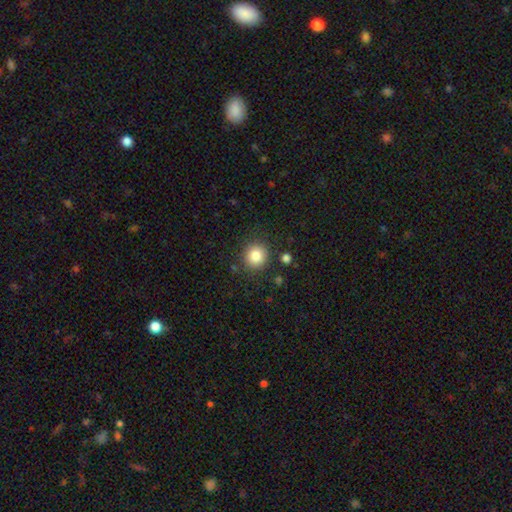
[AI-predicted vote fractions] This appears to be a smooth galaxy with no disk features (84%) that is round (89%). Merging: none (87%).